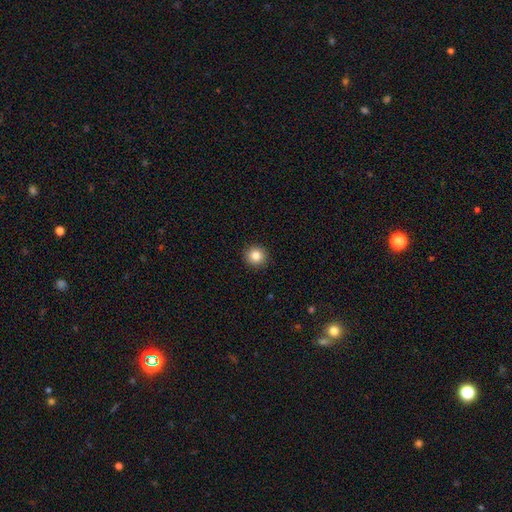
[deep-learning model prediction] This is clearly a smooth galaxy (84%). How rounded: clearly round (94%). Merging: clearly none (93%).